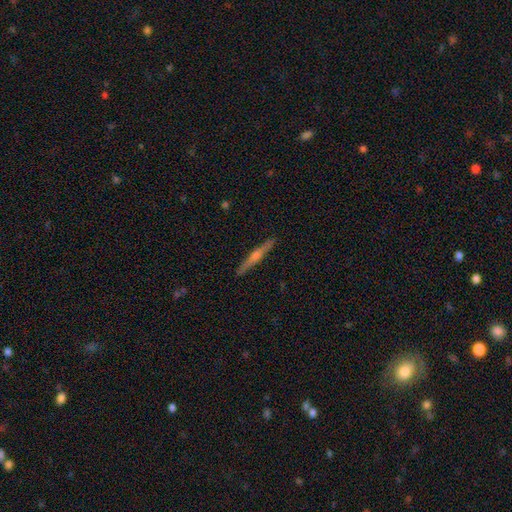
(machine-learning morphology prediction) type=featured or disk (69%); edge-on=yes (98%); edge-on bulge=rounded (87%); merging=none (92%).